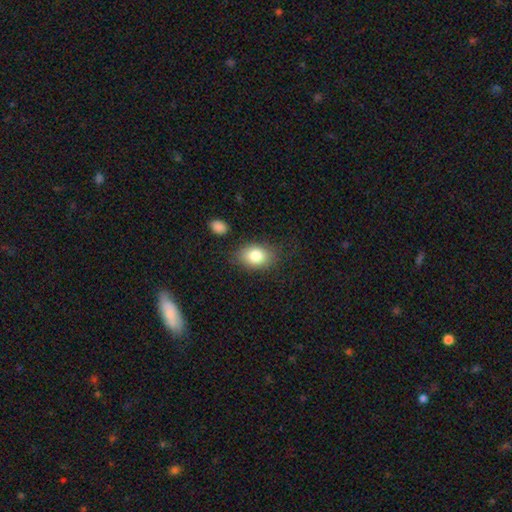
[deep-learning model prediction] Q: Smooth or featured?
A: smooth (82%); runner-up: featured or disk (10%)
Q: How rounded?
A: in between (78%); runner-up: round (20%)
Q: Merging?
A: none (77%); runner-up: minor disturbance (15%)